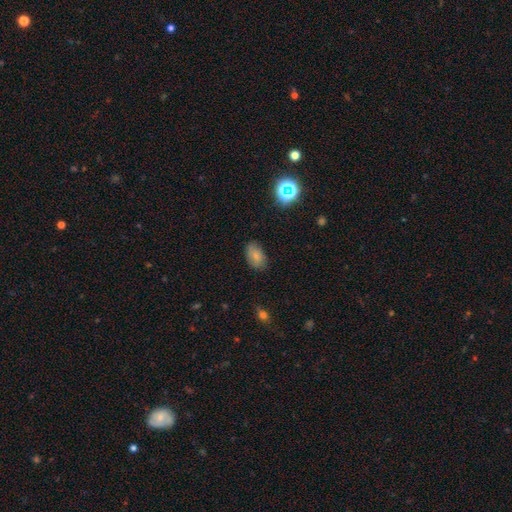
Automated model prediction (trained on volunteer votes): Smooth or featured? smooth (78%)
How rounded? in between (89%)
Merging? none (80%)